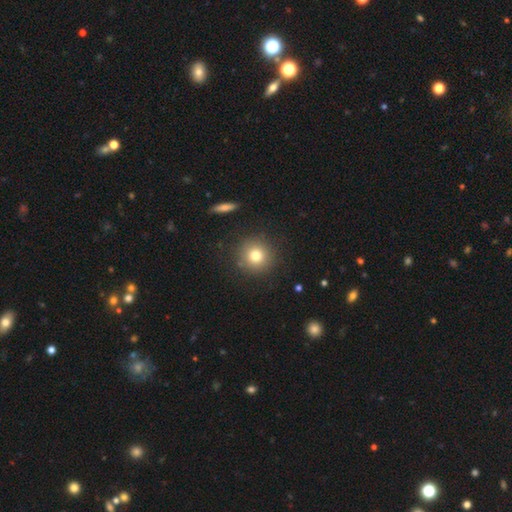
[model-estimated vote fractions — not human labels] A smooth galaxy with no disk features (78%) that is round (93%). Merging: none (88%).